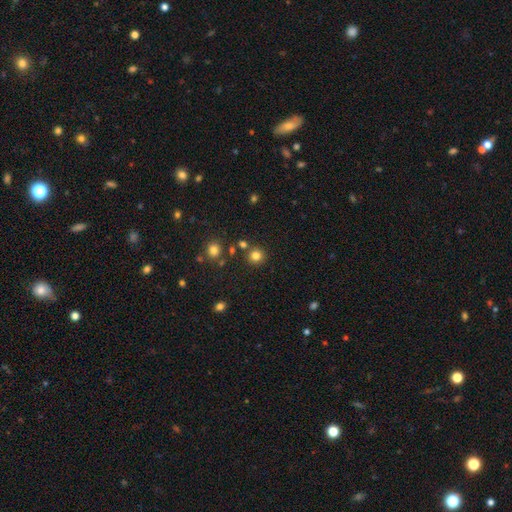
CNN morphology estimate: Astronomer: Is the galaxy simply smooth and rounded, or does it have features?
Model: smooth — 81%.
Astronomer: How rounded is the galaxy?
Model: round — 92%.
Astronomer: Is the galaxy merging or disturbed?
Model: none — 84%.